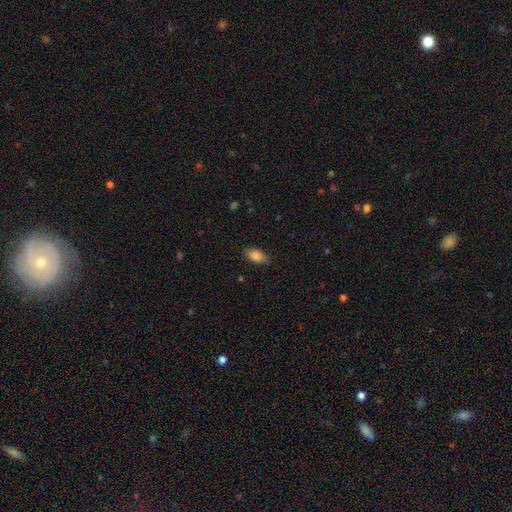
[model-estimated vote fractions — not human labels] Smooth or featured? smooth (83%)
How rounded? in between (89%)
Merging? none (82%)